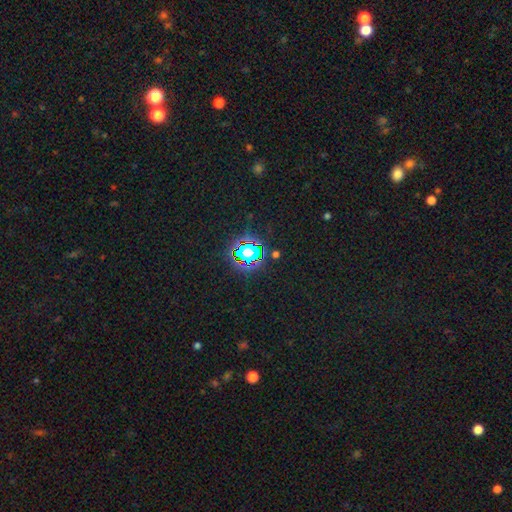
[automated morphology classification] Overall: star or artifact (79%).